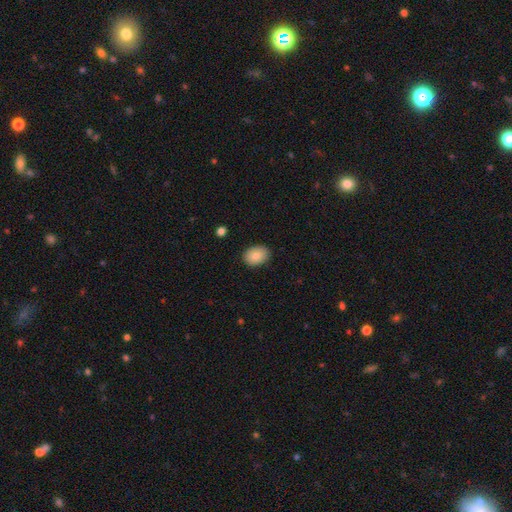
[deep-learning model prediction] This is clearly a smooth galaxy (88%). How rounded: likely in between (79%). Merging: clearly none (88%).